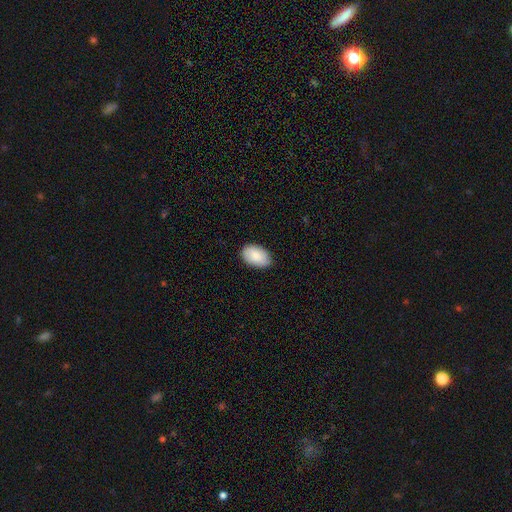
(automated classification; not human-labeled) smooth 87%, featured or disk 7%, star or artifact 6%. Down the decision tree: how rounded — in between (93%); merging — none (84%).